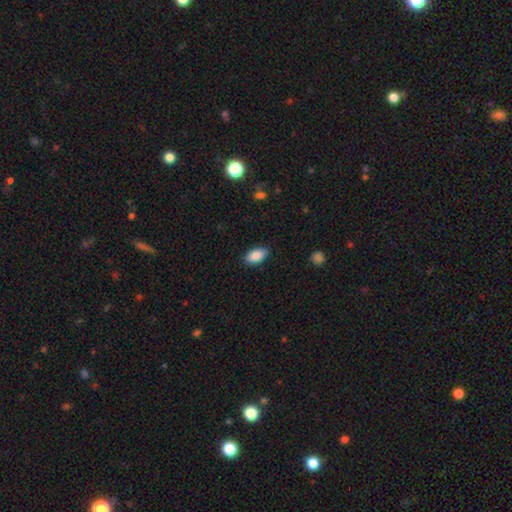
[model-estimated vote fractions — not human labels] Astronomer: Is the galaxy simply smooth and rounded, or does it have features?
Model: smooth — 87%.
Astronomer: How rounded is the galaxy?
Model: in between — 93%.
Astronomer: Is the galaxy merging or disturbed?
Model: none — 84%.